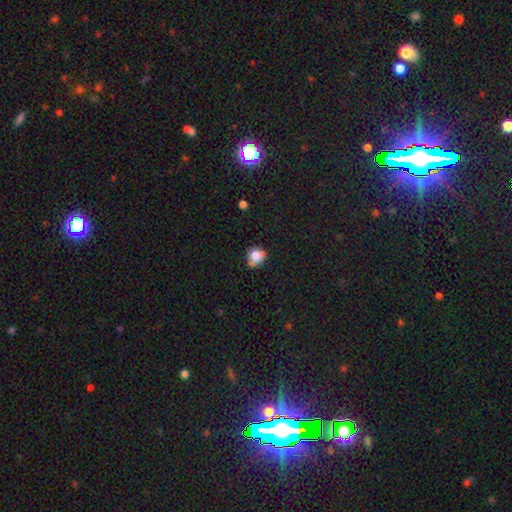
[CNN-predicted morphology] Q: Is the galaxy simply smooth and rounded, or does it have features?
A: smooth — 74%.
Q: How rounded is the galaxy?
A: round — 73%.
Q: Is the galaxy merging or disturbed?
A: none — 52%.